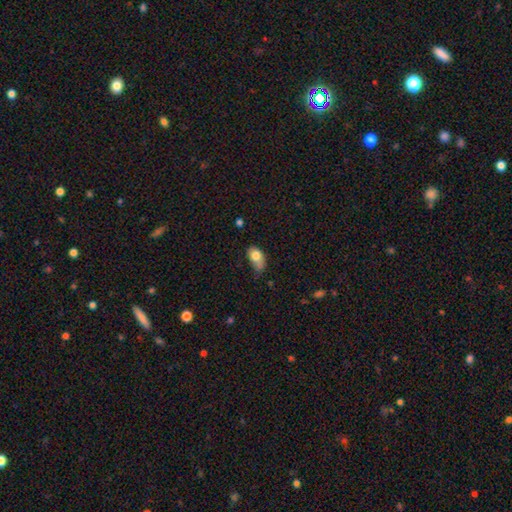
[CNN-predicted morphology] smooth_or_featured: smooth (p=0.77) [alt: featured or disk p=0.15]
how_rounded: in between (p=0.88) [alt: round p=0.10]
merging: minor disturbance (p=0.43) [alt: none p=0.32]